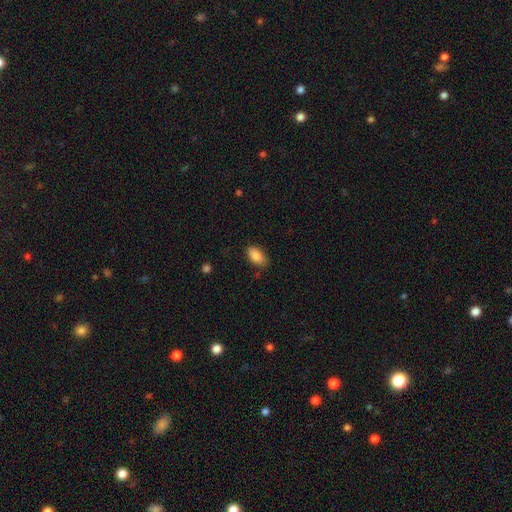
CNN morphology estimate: Smooth or featured?
  - smooth: 88% *
  - star or artifact: 7%
  - featured or disk: 5%
How rounded?
  - in between: 92% *
  - cigar-shaped: 5%
  - round: 3%
Merging?
  - none: 78% *
  - minor disturbance: 17%
  - major disturbance: 3%
  - merger: 1%